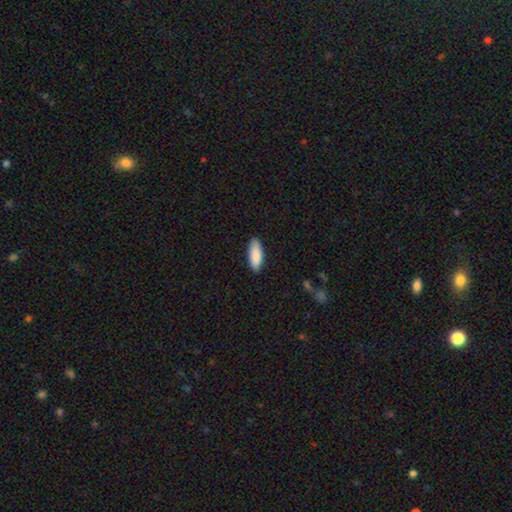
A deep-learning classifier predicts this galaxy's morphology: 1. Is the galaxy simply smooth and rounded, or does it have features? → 88% smooth, 6% featured or disk, 6% star or artifact.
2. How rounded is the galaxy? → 68% in between, 30% cigar-shaped, 2% round.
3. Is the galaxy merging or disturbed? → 88% none, 10% minor disturbance, 2% major disturbance, 1% merger.